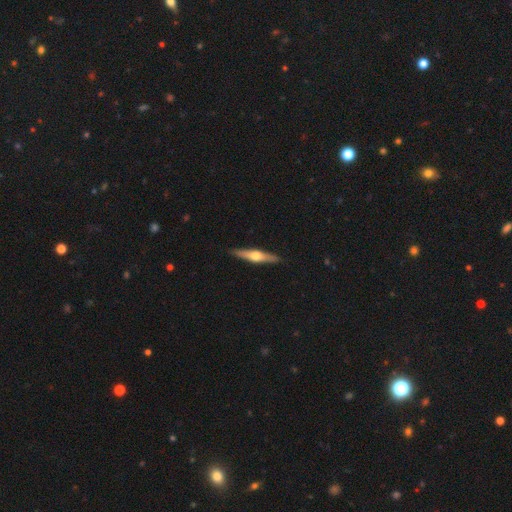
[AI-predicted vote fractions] Morphology: type=featured or disk (63%); edge-on=yes (96%); edge-on bulge=rounded (93%); merging=none (91%).